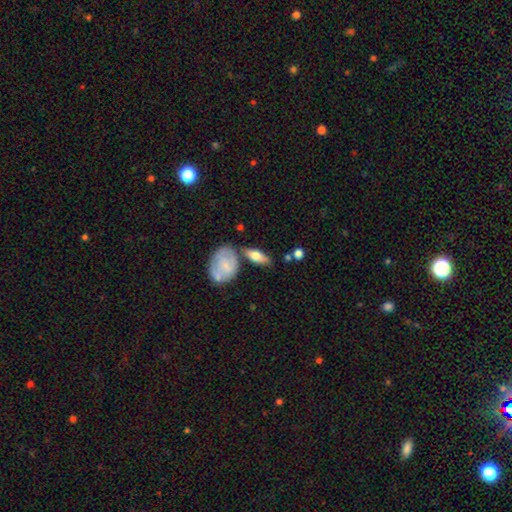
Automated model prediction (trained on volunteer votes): Smooth or featured?
  - smooth: 61% *
  - featured or disk: 33%
  - star or artifact: 6%
How rounded?
  - in between: 73% *
  - cigar-shaped: 22%
  - round: 5%
Merging?
  - none: 65% *
  - minor disturbance: 17%
  - merger: 12%
  - major disturbance: 5%